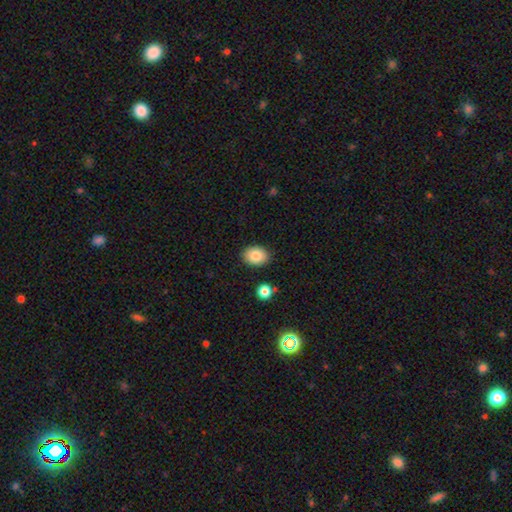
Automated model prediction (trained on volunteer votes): smooth-or-featured: smooth: 85% | star or artifact: 8% | featured or disk: 7%
  how-rounded: in between: 68% | round: 31% | cigar-shaped: 1%
  merging: none: 87% | minor disturbance: 9% | merger: 2% | major disturbance: 2%